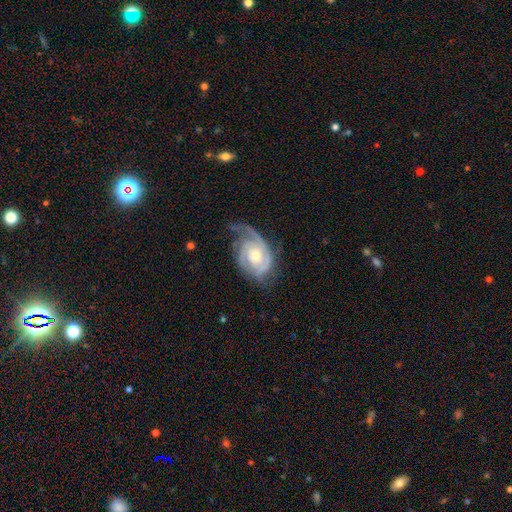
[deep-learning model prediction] smooth-or-featured: featured or disk: 88% | smooth: 8% | star or artifact: 4%
  disk-edge-on: no: 97% | yes: 3%
    bar: no: 72% | weak: 23% | strong: 5%
    has-spiral-arms: yes: 97% | no: 3%
      spiral-winding: tight: 61% | medium: 31% | loose: 8%
      spiral-arm-count: 2: 39% | 3: 27% | can't tell: 17% | 1: 8% | 4: 5% | more than 4: 4%
    bulge-size: moderate: 61% | small: 31% | large: 5% | none: 2% | dominant: 1%
  merging: none: 54% | minor disturbance: 26% | major disturbance: 18% | merger: 2%